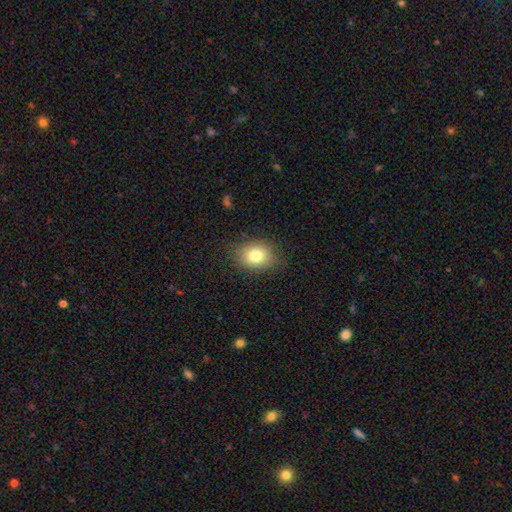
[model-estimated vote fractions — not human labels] Morphology: type=smooth (79%); roundness=in between (56%); merging=none (84%).